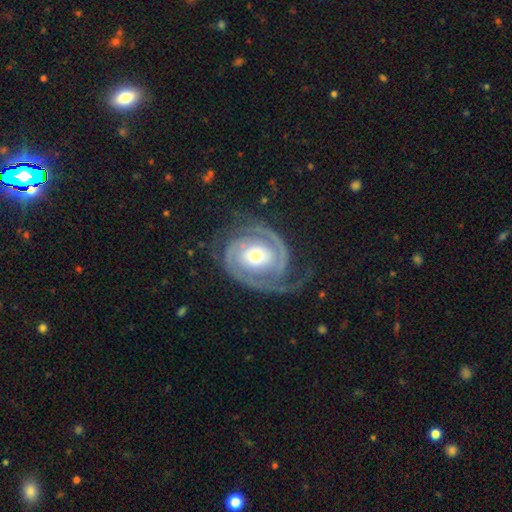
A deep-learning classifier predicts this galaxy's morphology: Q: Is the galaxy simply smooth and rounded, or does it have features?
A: featured or disk — 90%.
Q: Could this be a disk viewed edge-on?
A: no — 97%.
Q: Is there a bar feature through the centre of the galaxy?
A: no — 72%.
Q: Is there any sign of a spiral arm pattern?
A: yes — 97%.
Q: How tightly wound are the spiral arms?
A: tight — 60%.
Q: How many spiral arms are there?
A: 2 — 76%.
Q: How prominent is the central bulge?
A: moderate — 66%.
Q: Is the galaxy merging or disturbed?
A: none — 67%.